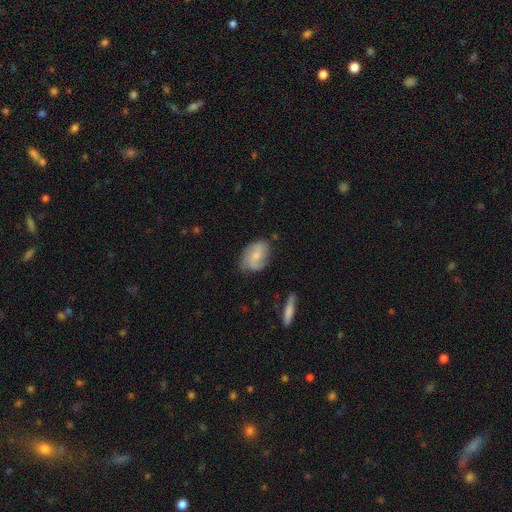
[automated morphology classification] Smooth or featured: smooth — 49% (featured or disk — 44%)
Merging: none — 60% (minor disturbance — 29%)